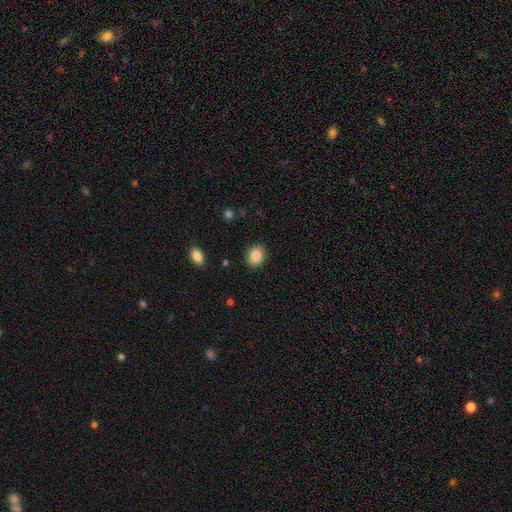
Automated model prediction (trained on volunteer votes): This is clearly a smooth galaxy (85%). How rounded: likely in between (60%). Merging: clearly none (88%).